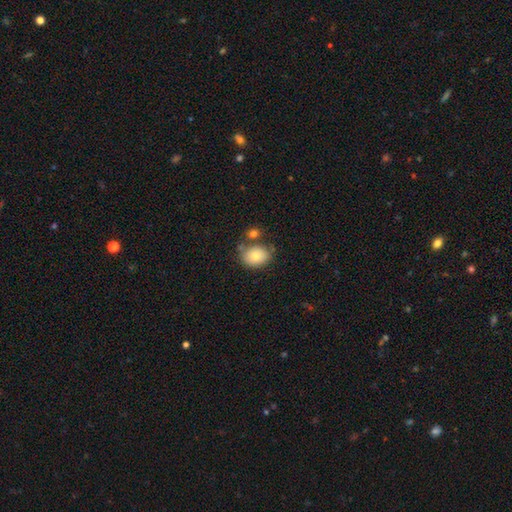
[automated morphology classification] The model was most divided on "how rounded": in between: 58%, round: 41%, cigar-shaped: 1%. More confident: smooth or featured — smooth (77%); merging — none (62%).